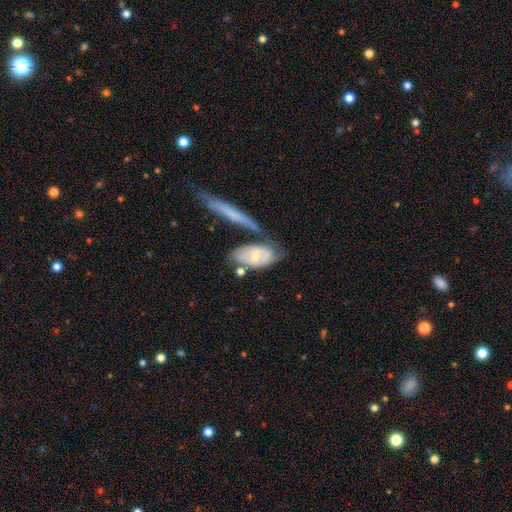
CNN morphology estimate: smooth_or_featured: featured or disk (p=0.49) [alt: smooth p=0.46]
merging: none (p=0.45) [alt: minor disturbance p=0.24]